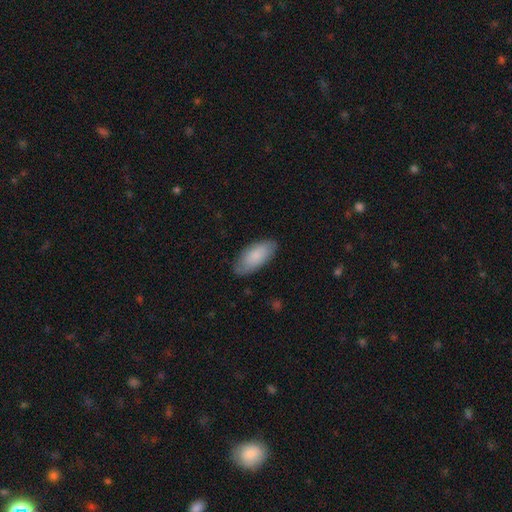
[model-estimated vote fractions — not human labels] The model was most divided on "merging": none: 80%, minor disturbance: 16%, major disturbance: 3%, merger: 1%. More confident: how rounded — in between (90%); smooth or featured — smooth (81%).